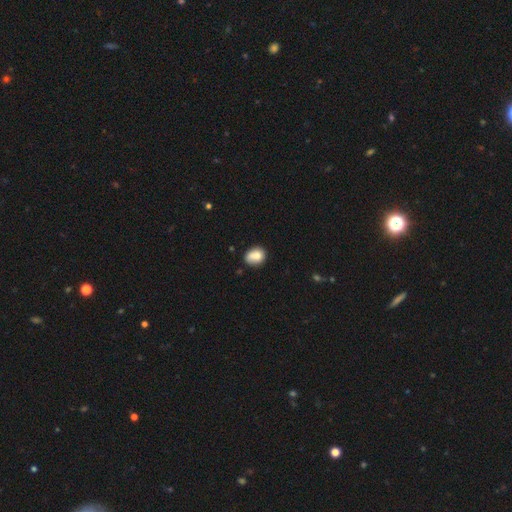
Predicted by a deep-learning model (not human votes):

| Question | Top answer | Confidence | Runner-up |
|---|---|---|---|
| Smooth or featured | smooth | 77% | featured or disk (14%) |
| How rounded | round | 52% | in between (47%) |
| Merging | none | 54% | minor disturbance (25%) |